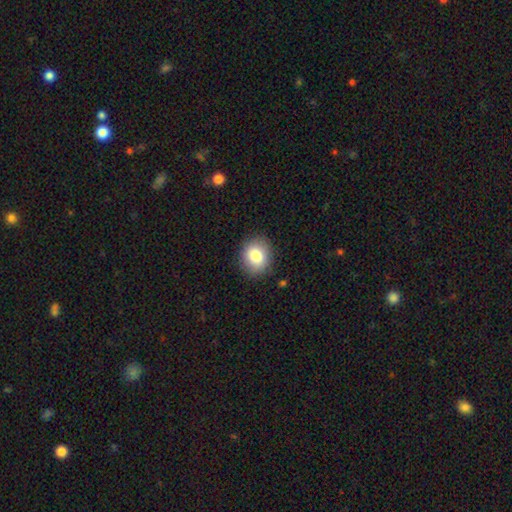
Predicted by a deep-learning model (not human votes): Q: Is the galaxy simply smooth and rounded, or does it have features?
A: smooth — 82%.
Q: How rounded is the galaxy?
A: round — 68%.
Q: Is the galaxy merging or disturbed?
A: none — 88%.